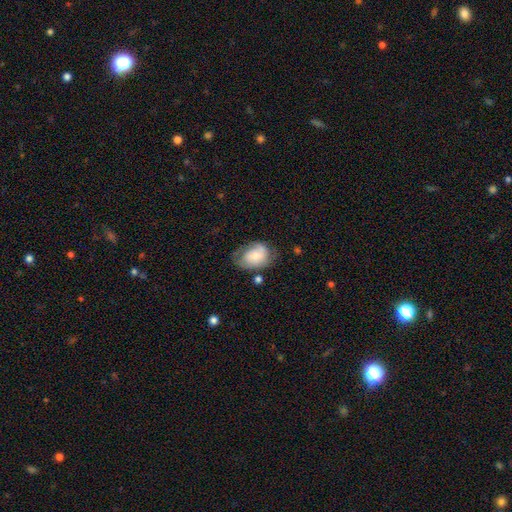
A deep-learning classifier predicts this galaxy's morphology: A smooth galaxy with no disk features (63%) that is in between round and cigar-shaped (75%). Merging: none (51%).